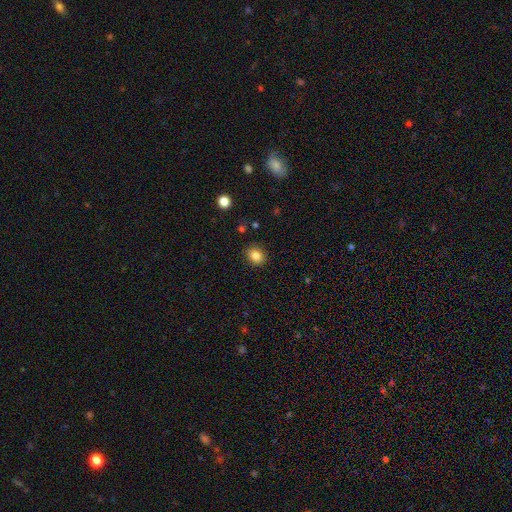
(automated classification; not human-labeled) Overall: smooth (83%). How rounded: round (63%; in between 36%). Merging: none (89%).